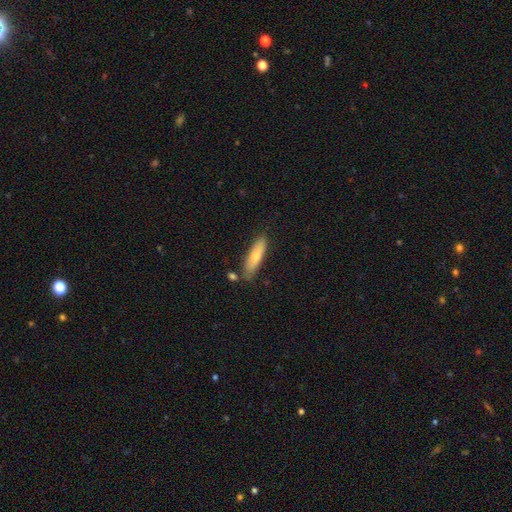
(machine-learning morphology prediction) This is likely a smooth galaxy (72%). How rounded: likely cigar-shaped (64%). Merging: likely none (74%).